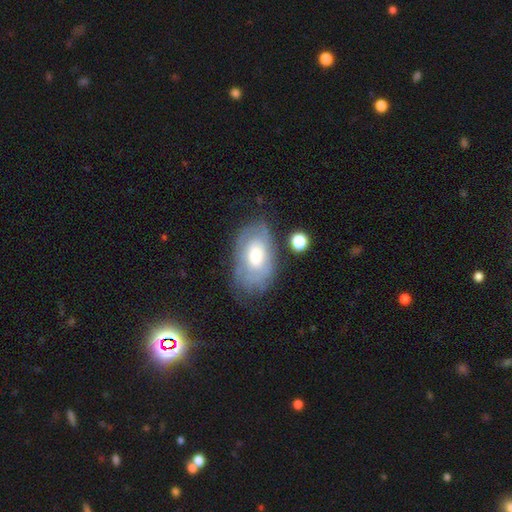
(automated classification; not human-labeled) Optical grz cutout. It shows a featured or disk galaxy (64%) with no bar (70%), spiral arms (71%) and a moderate central bulge (64%). Merging: none (65%).